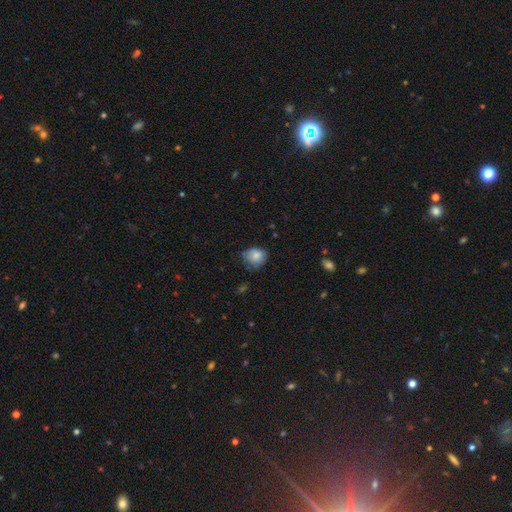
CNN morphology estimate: Smooth or featured? smooth (80%)
How rounded? round (68%)
Merging? none (52%)